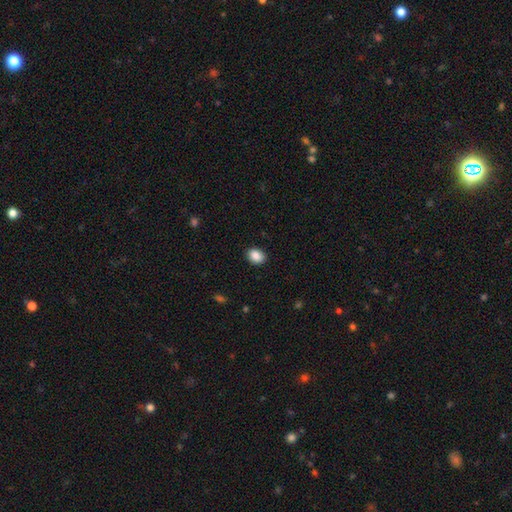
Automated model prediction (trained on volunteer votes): Morphology: type=smooth (88%); roundness=in between (58%); merging=none (90%).